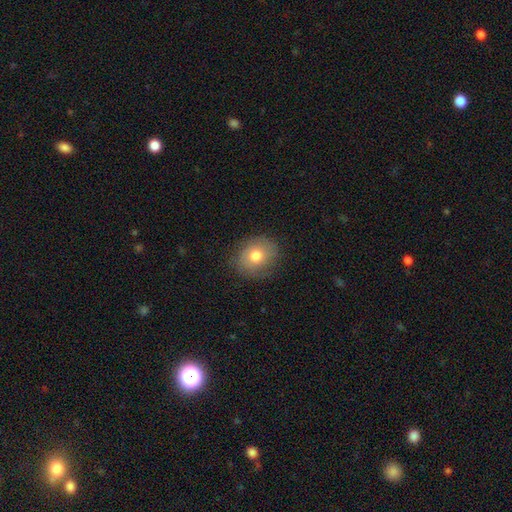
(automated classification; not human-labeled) Smooth or featured?
  - smooth: 72% *
  - featured or disk: 19%
  - star or artifact: 9%
How rounded?
  - round: 60% *
  - in between: 39%
  - cigar-shaped: 1%
Merging?
  - none: 81% *
  - minor disturbance: 14%
  - major disturbance: 4%
  - merger: 1%